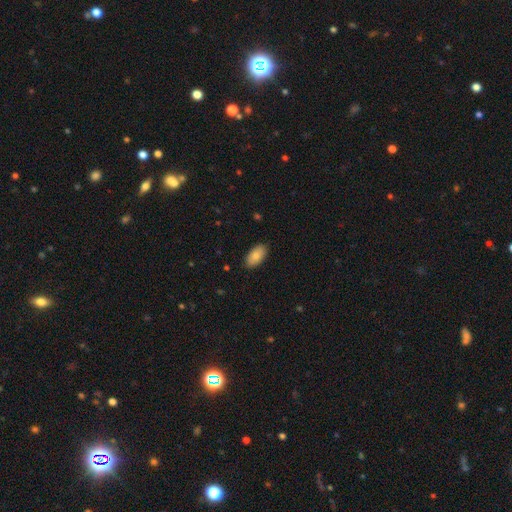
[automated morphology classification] Smooth or featured: smooth — 85% (featured or disk — 8%)
How rounded: in between — 94% (cigar-shaped — 3%)
Merging: none — 87% (minor disturbance — 10%)